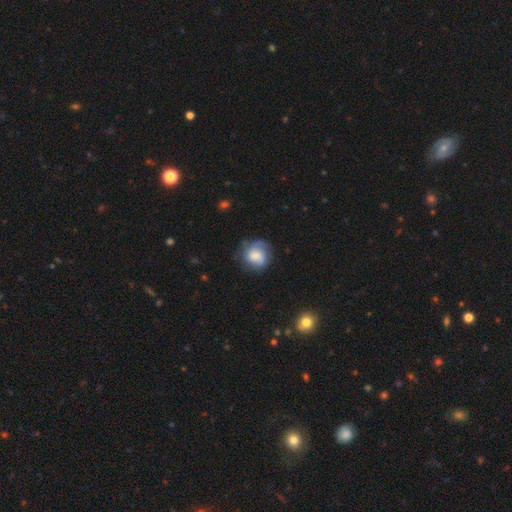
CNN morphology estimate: Overall: smooth (56%; featured or disk 36%). How rounded: round (78%). Merging: none (61%; minor disturbance 25%).